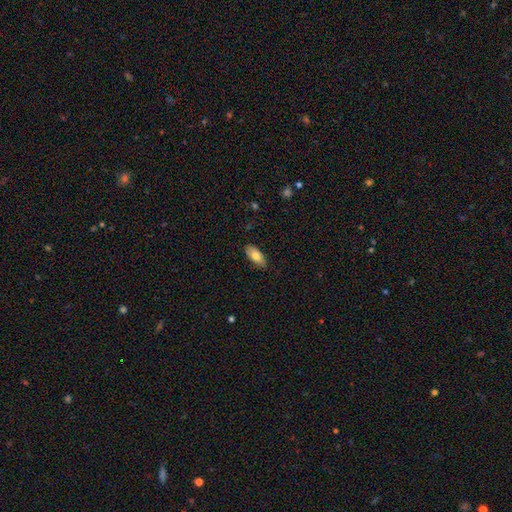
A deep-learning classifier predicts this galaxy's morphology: smooth 76%, featured or disk 18%, star or artifact 6%. Down the decision tree: how rounded — in between (87%); merging — none (85%).